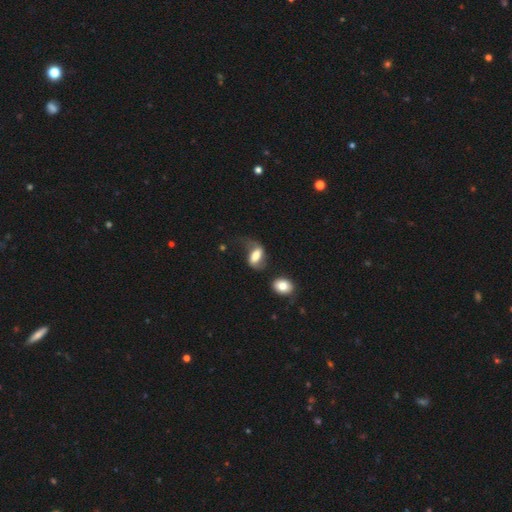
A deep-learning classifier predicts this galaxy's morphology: type=smooth (51%); roundness=in between (84%); merging=none (36%).